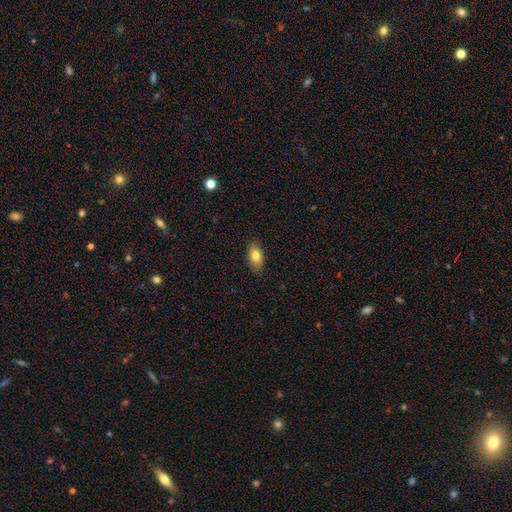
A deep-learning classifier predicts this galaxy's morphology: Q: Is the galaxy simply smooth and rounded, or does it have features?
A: smooth — 80%.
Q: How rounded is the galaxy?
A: in between — 89%.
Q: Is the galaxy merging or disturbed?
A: none — 87%.